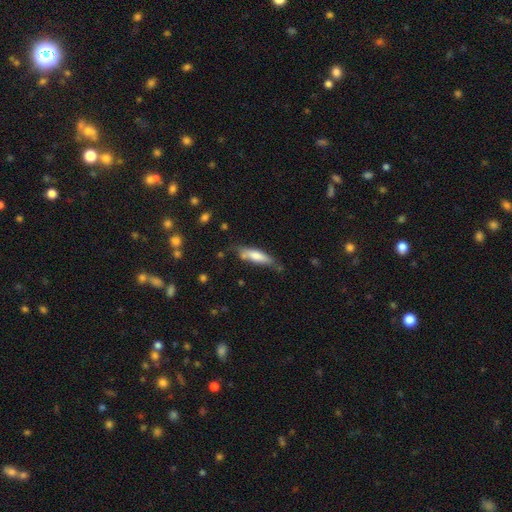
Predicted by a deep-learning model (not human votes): smooth-or-featured: smooth: 69% | featured or disk: 25% | star or artifact: 6%
  how-rounded: cigar-shaped: 65% | in between: 34% | round: 2%
  merging: none: 59% | minor disturbance: 28% | major disturbance: 7% | merger: 6%